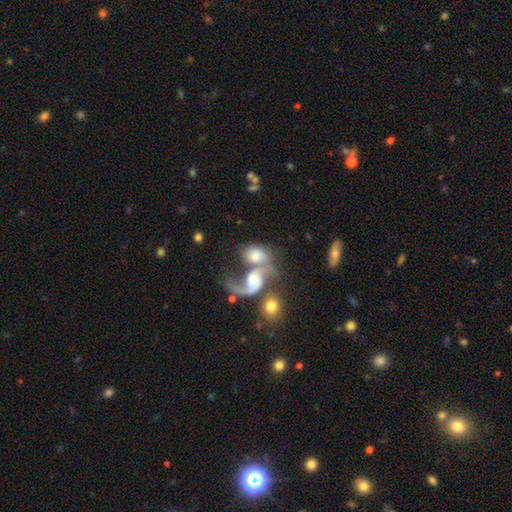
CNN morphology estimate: Smooth or featured: featured or disk — 48% (smooth — 43%)
Merging: merger — 67% (none — 15%)